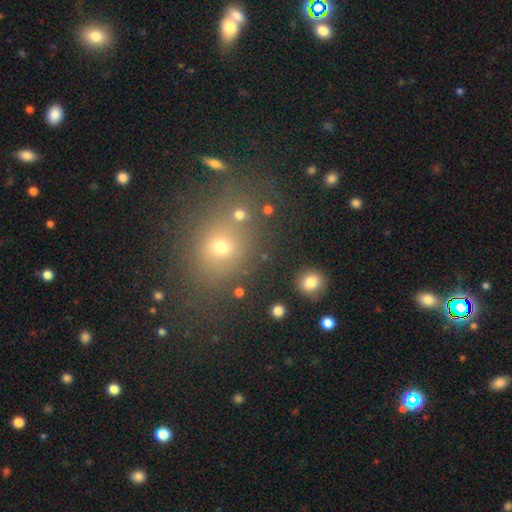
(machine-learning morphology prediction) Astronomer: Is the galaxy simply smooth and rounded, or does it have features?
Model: smooth — 52% (runner-up: star or artifact, 37%).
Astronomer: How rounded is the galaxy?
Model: round — 61% (runner-up: in between, 37%).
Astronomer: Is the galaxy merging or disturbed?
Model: none — 80%.